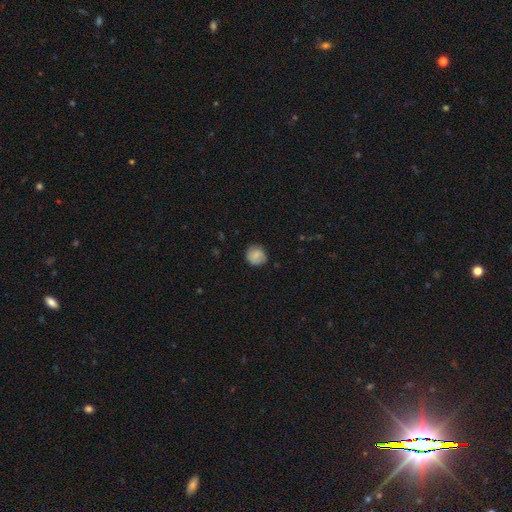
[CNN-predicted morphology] A smooth galaxy with no disk features (80%) that is round (88%).

Vote fractions:
- Smooth or featured? smooth: 80% / featured or disk: 12% / star or artifact: 8%
- How rounded? round: 88% / in between: 11% / cigar-shaped: 1%
- Merging? none: 81% / minor disturbance: 15% / major disturbance: 3% / merger: 1%